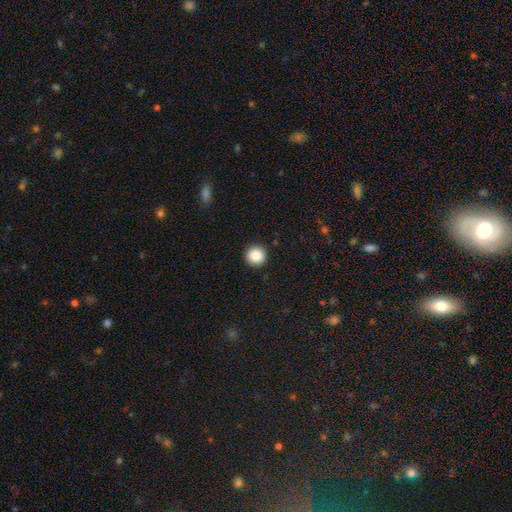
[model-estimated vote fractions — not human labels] This is clearly a smooth galaxy (88%). How rounded: clearly round (96%). Merging: clearly none (93%).